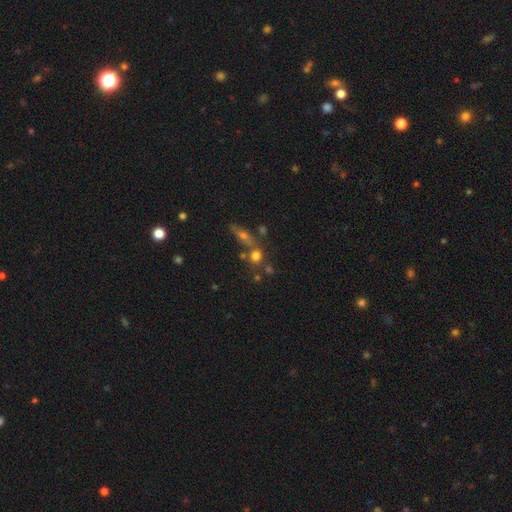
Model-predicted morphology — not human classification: Q: Smooth or featured?
A: smooth (68%); runner-up: star or artifact (17%)
Q: How rounded?
A: round (75%); runner-up: in between (20%)
Q: Merging?
A: none (57%); runner-up: merger (27%)